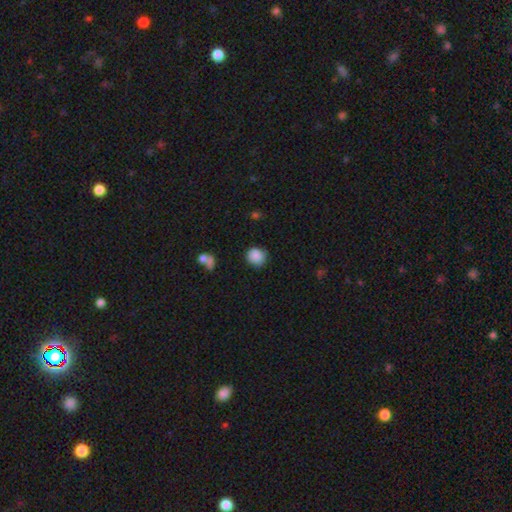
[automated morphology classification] The model was most divided on "merging": none: 81%, minor disturbance: 13%, major disturbance: 3%, merger: 2%. More confident: how rounded — round (89%); smooth or featured — smooth (87%).